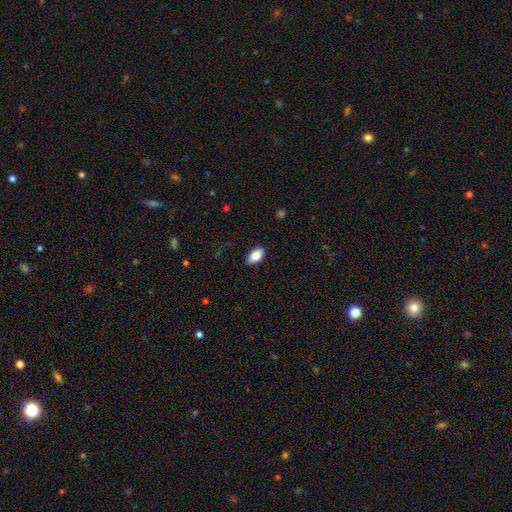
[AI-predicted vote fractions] Q: Smooth or featured?
A: smooth (87%); runner-up: star or artifact (7%)
Q: How rounded?
A: in between (93%); runner-up: round (4%)
Q: Merging?
A: none (88%); runner-up: minor disturbance (9%)